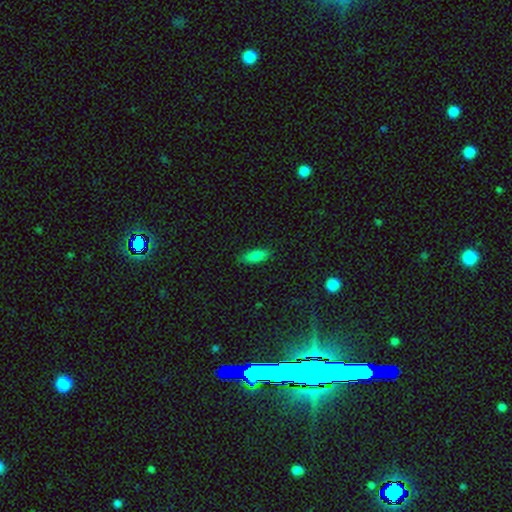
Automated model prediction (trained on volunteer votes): This appears to be a smooth galaxy with no disk features (84%) that is in between round and cigar-shaped (70%). Merging: none (85%).